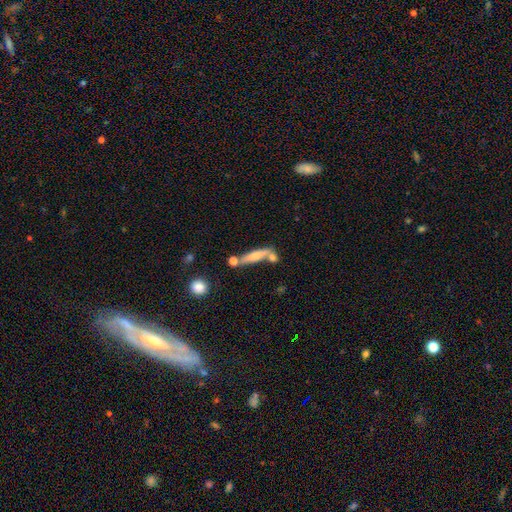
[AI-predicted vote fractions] smooth 57%, featured or disk 36%, star or artifact 7%. Down the decision tree: how rounded — cigar-shaped (83%); merging — none (56%).